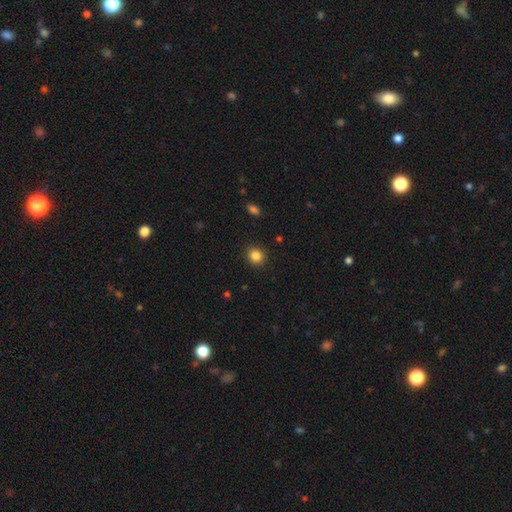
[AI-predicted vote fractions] This appears to be a smooth galaxy with no disk features (84%) that is round (85%). Merging: none (91%).